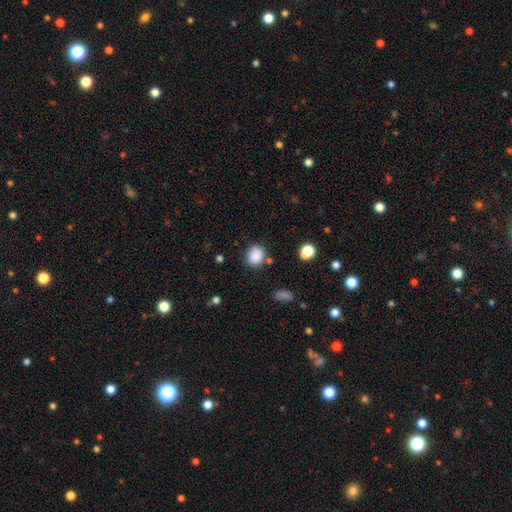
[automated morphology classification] Q: Smooth or featured?
A: smooth (86%); runner-up: star or artifact (10%)
Q: How rounded?
A: round (69%); runner-up: in between (30%)
Q: Merging?
A: none (78%); runner-up: minor disturbance (13%)